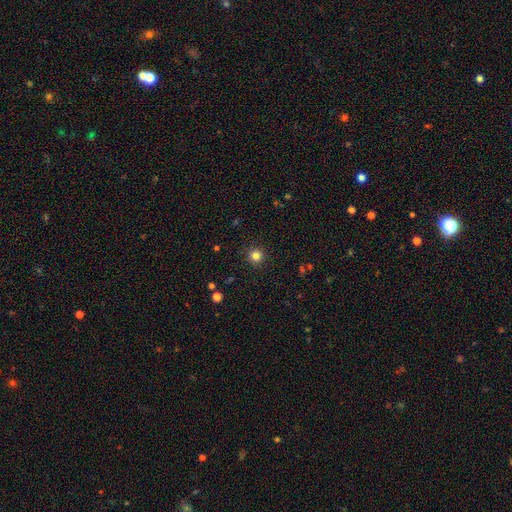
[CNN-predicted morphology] Smooth or featured: smooth — 82% (star or artifact — 13%)
How rounded: round — 95% (in between — 4%)
Merging: none — 92% (minor disturbance — 5%)